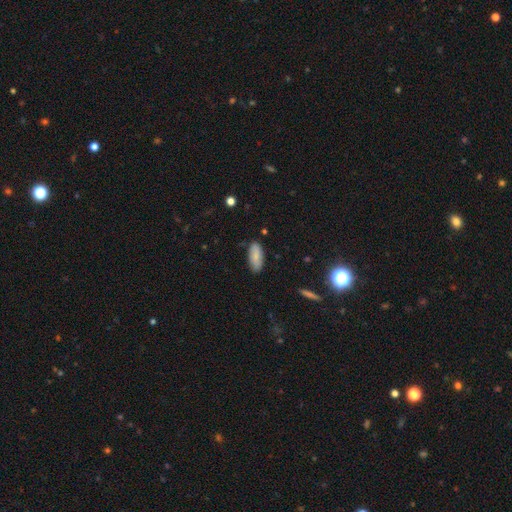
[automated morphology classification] A smooth galaxy with no disk features (80%) that is in between round and cigar-shaped (84%).

Vote fractions:
- Smooth or featured? smooth: 80% / featured or disk: 13% / star or artifact: 7%
- How rounded? in between: 84% / cigar-shaped: 14% / round: 2%
- Merging? none: 83% / minor disturbance: 13% / major disturbance: 2% / merger: 1%